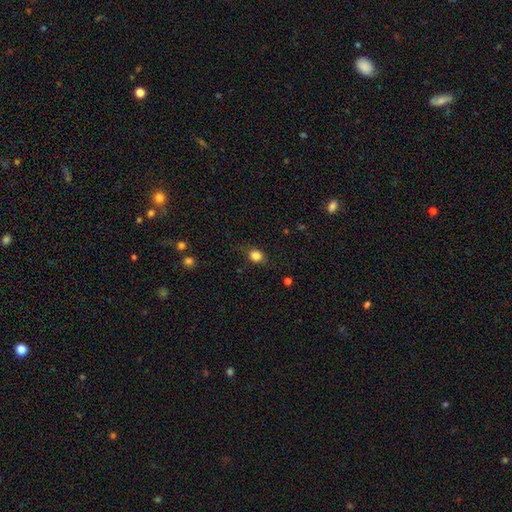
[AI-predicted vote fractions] smooth_or_featured: smooth (p=0.83) [alt: star or artifact p=0.11]
how_rounded: round (p=0.55) [alt: in between p=0.44]
merging: none (p=0.75) [alt: minor disturbance p=0.18]